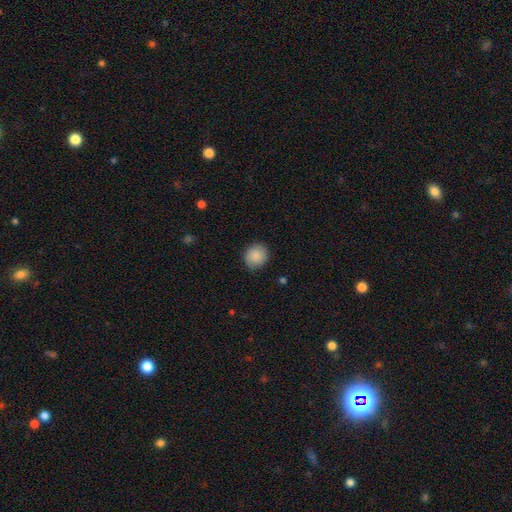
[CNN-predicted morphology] This appears to be a smooth galaxy with no disk features (88%) that is round (84%). Merging: none (85%).